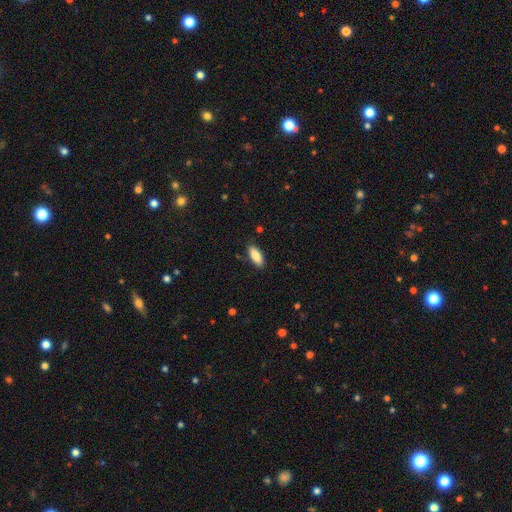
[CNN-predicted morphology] A smooth galaxy with no disk features (84%) that is in between round and cigar-shaped (78%).

Vote fractions:
- Smooth or featured? smooth: 84% / featured or disk: 9% / star or artifact: 6%
- How rounded? in between: 78% / cigar-shaped: 20% / round: 2%
- Merging? none: 87% / minor disturbance: 10% / major disturbance: 2% / merger: 1%